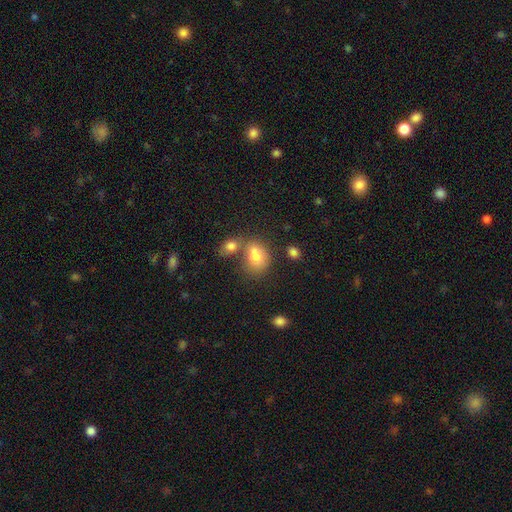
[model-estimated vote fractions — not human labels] Overall: smooth (76%). How rounded: in between (72%). Merging: merger (42%; none 36%).